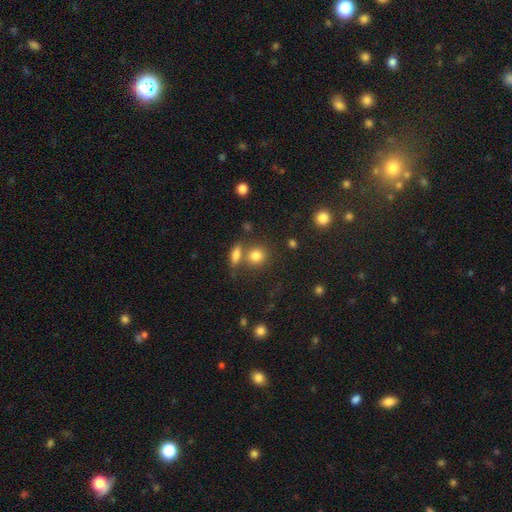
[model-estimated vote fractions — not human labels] This is likely a smooth galaxy (80%). How rounded: likely round (77%). Merging: likely none (62%).